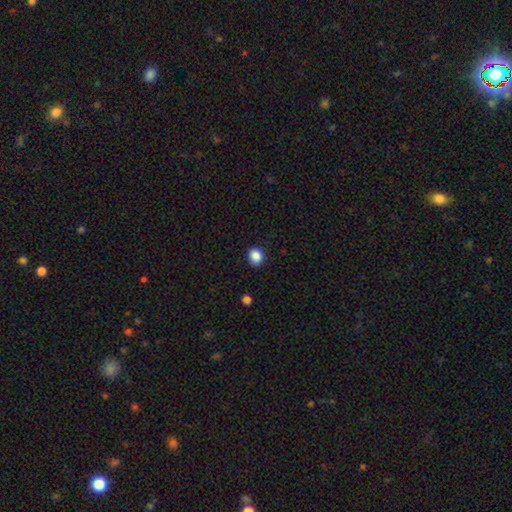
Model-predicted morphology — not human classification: Q: Smooth or featured?
A: smooth (87%); runner-up: star or artifact (10%)
Q: How rounded?
A: round (72%); runner-up: in between (27%)
Q: Merging?
A: none (88%); runner-up: minor disturbance (9%)